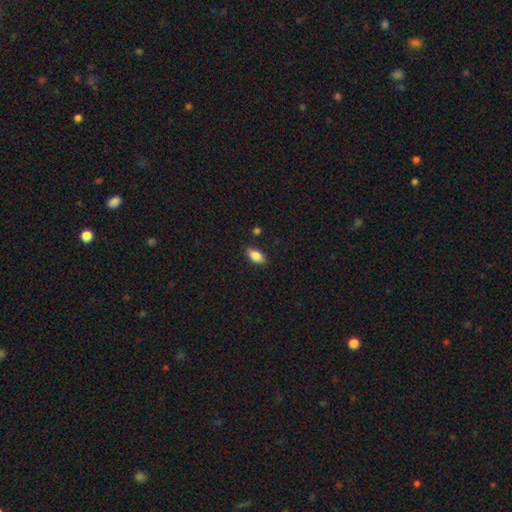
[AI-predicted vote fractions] Smooth or featured?
  - smooth: 85% *
  - featured or disk: 8%
  - star or artifact: 8%
How rounded?
  - in between: 90% *
  - cigar-shaped: 7%
  - round: 4%
Merging?
  - none: 86% *
  - minor disturbance: 10%
  - major disturbance: 2%
  - merger: 2%